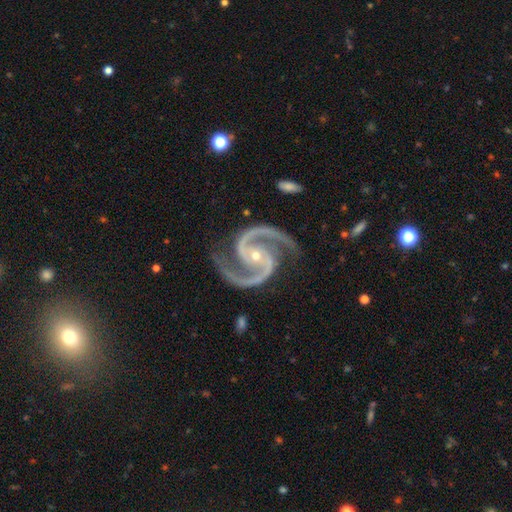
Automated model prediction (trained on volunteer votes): The model was most divided on "bar": no: 55%, weak: 25%, strong: 20%. More confident: spiral arms — yes (99%); edge-on disk — no (98%); smooth or featured — featured or disk (95%); spiral arm count — 2 (94%); merging — none (82%); bulge size — small (71%); spiral winding — medium (68%).